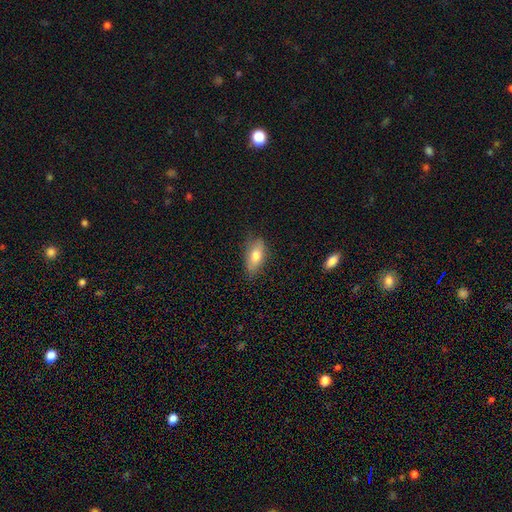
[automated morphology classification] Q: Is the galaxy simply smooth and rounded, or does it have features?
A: smooth — 75%.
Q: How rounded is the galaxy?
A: in between — 85%.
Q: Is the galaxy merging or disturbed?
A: none — 77%.